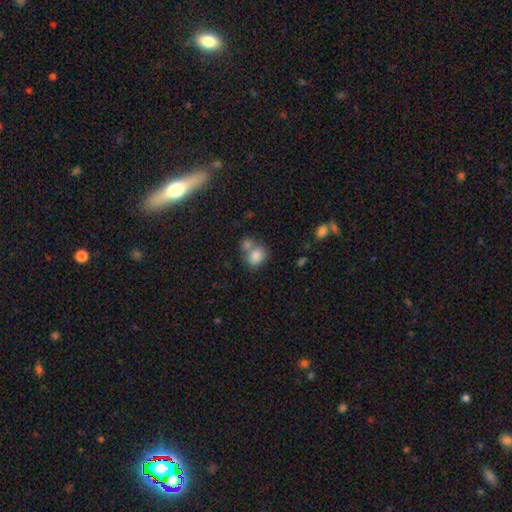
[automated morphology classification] A smooth galaxy with no disk features (82%) that is in between round and cigar-shaped (55%). Merging: merger (46%).